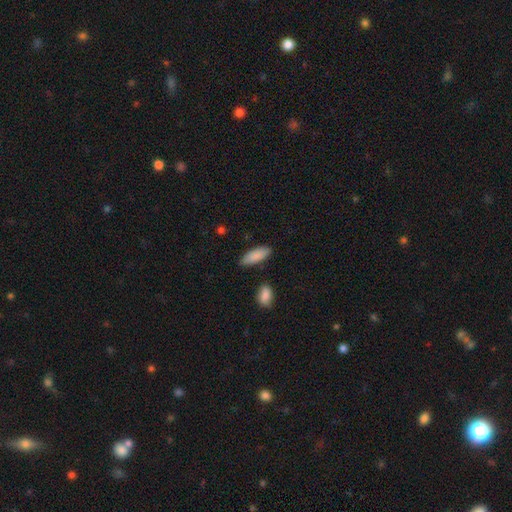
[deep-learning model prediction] Q: Smooth or featured?
A: smooth (88%); runner-up: featured or disk (6%)
Q: How rounded?
A: in between (75%); runner-up: cigar-shaped (23%)
Q: Merging?
A: none (82%); runner-up: minor disturbance (12%)